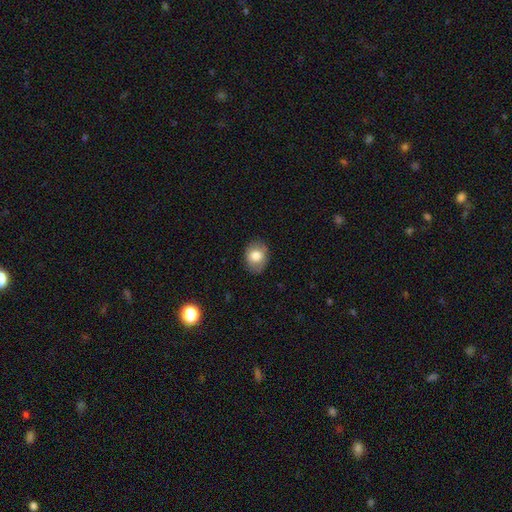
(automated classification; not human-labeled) This appears to be a smooth galaxy with no disk features (79%) that is in between round and cigar-shaped (59%). Merging: none (82%).